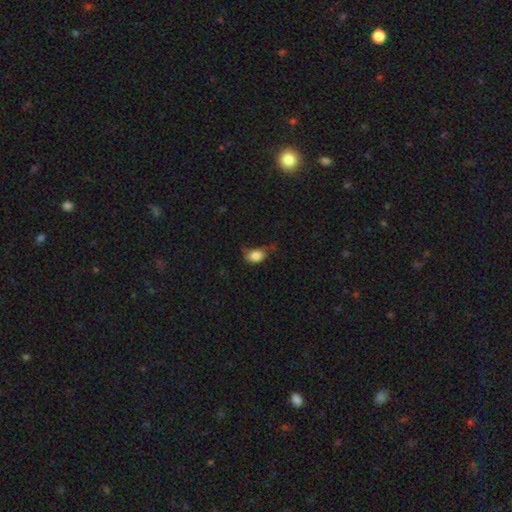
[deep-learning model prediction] Smooth or featured?
  - smooth: 82% *
  - featured or disk: 9%
  - star or artifact: 9%
How rounded?
  - in between: 75% *
  - round: 24%
  - cigar-shaped: 2%
Merging?
  - none: 46% *
  - minor disturbance: 36%
  - major disturbance: 15%
  - merger: 3%